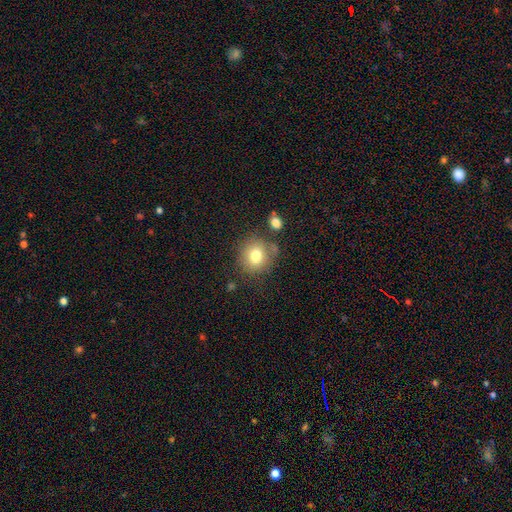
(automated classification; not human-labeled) This appears to be a smooth galaxy with no disk features (76%) that is round (85%). Merging: none (73%).